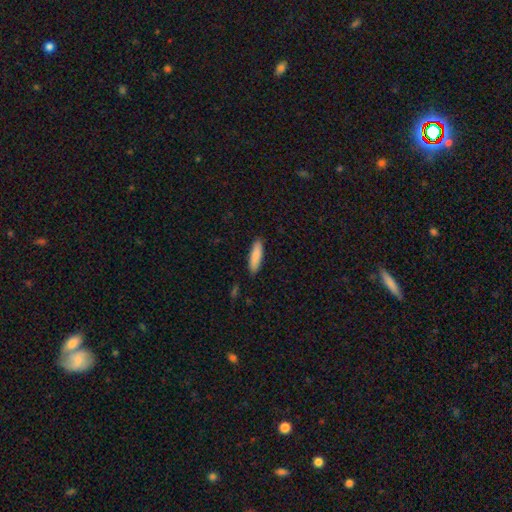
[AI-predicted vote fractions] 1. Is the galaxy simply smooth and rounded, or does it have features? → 86% smooth, 9% featured or disk, 6% star or artifact.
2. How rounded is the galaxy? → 64% cigar-shaped, 35% in between, 1% round.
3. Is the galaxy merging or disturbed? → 89% none, 9% minor disturbance, 2% major disturbance, 1% merger.